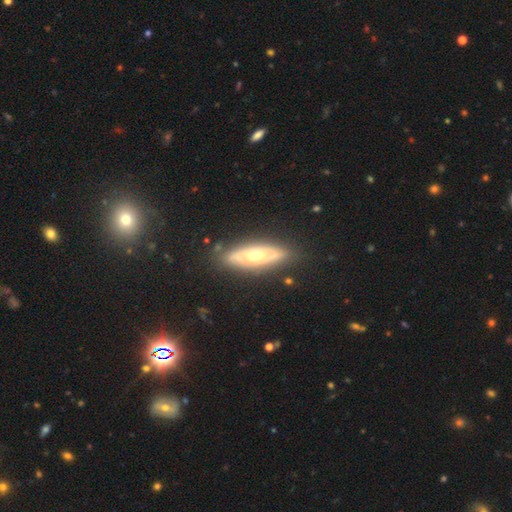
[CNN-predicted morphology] featured or disk 59%, smooth 34%, star or artifact 7%. Down the decision tree: edge-on disk — no (62%); merging — none (82%).